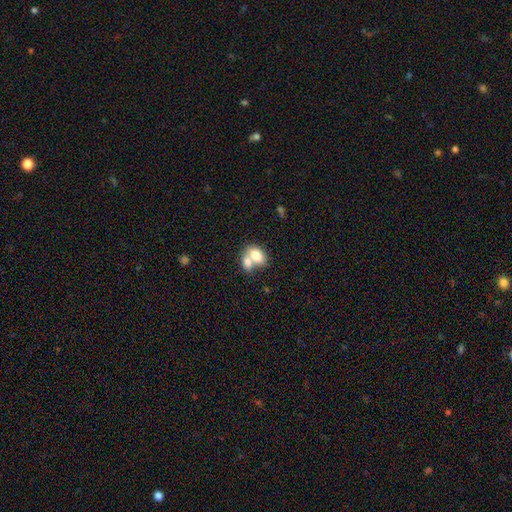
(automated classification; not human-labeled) smooth_or_featured: smooth (p=0.76) [alt: featured or disk p=0.16]
how_rounded: in between (p=0.80) [alt: round p=0.19]
merging: merger (p=0.65) [alt: none p=0.24]